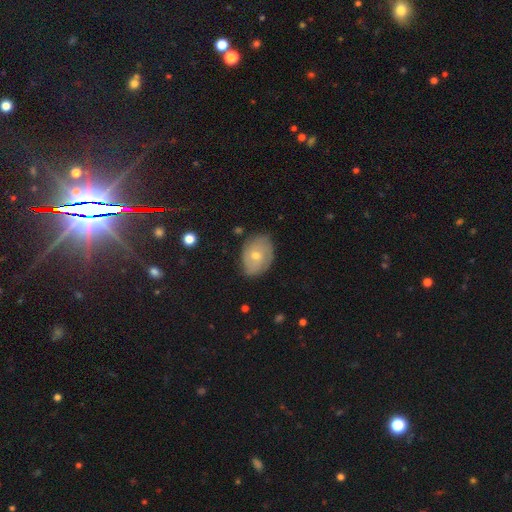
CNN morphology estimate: Smooth or featured? Predicted: featured or disk (p=0.48). Merging? Predicted: none (p=0.75).